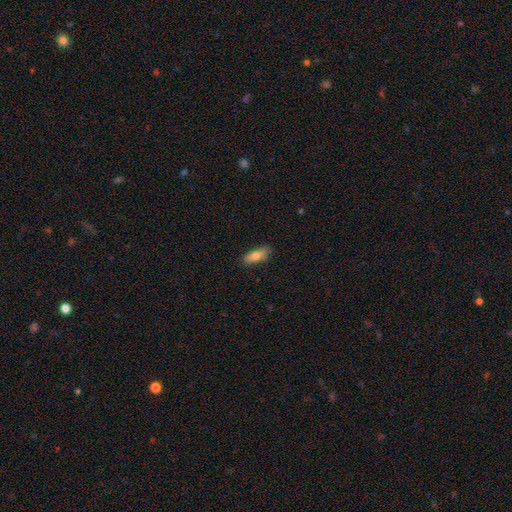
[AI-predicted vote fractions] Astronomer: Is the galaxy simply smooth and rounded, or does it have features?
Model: smooth — 75%.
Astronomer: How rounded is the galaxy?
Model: in between — 58% (runner-up: cigar-shaped, 39%).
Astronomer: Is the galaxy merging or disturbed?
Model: none — 84%.